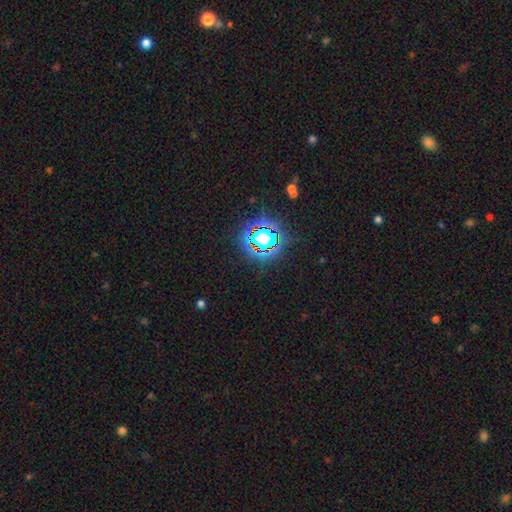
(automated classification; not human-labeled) The model was most divided on "smooth or featured": star or artifact: 82%, smooth: 11%, featured or disk: 8%.